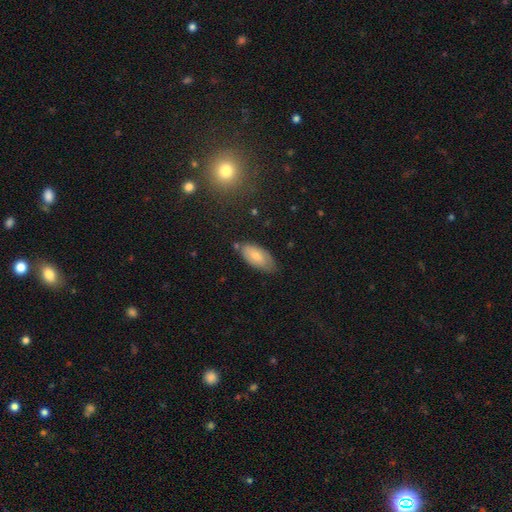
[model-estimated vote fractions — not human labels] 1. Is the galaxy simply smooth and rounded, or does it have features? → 73% smooth, 20% featured or disk, 7% star or artifact.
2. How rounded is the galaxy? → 91% in between, 7% cigar-shaped, 2% round.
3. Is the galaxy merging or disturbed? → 67% none, 25% minor disturbance, 5% major disturbance, 3% merger.